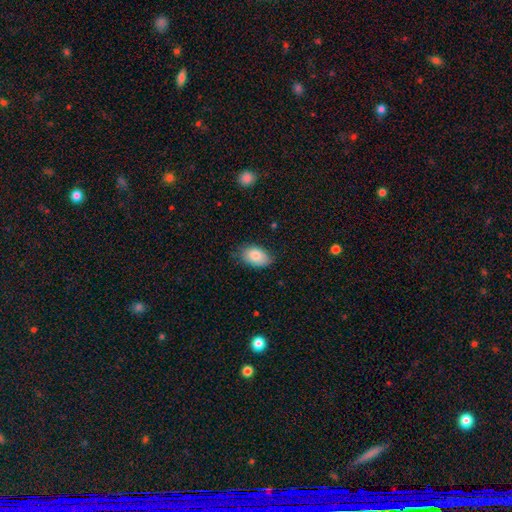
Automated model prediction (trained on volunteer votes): Q: Smooth or featured?
A: smooth (83%); runner-up: featured or disk (10%)
Q: How rounded?
A: in between (90%); runner-up: round (9%)
Q: Merging?
A: none (72%); runner-up: minor disturbance (23%)